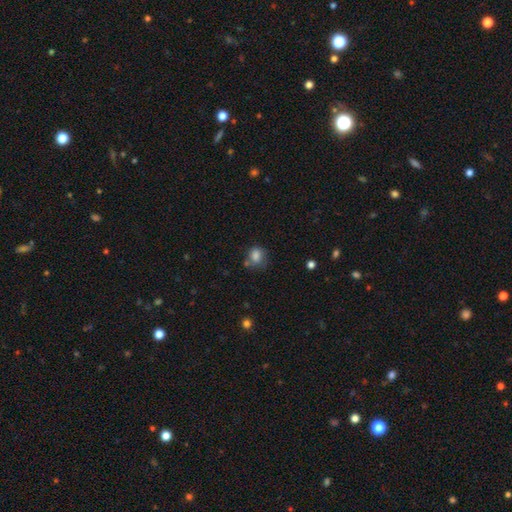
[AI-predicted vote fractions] Smooth or featured? smooth (81%)
How rounded? round (58%)
Merging? none (55%)